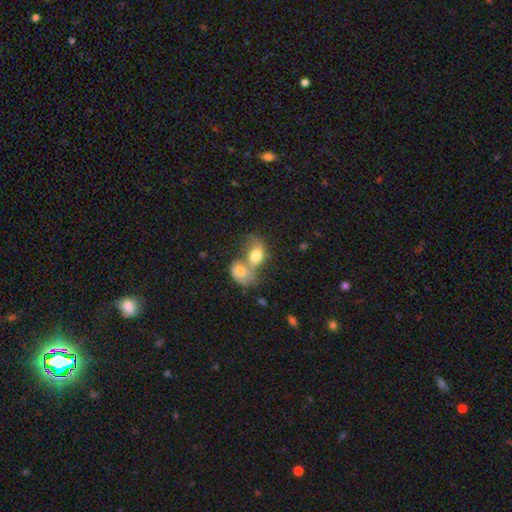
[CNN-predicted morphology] A smooth galaxy with no disk features (67%) that is in between round and cigar-shaped (73%). Merging: merger (79%).